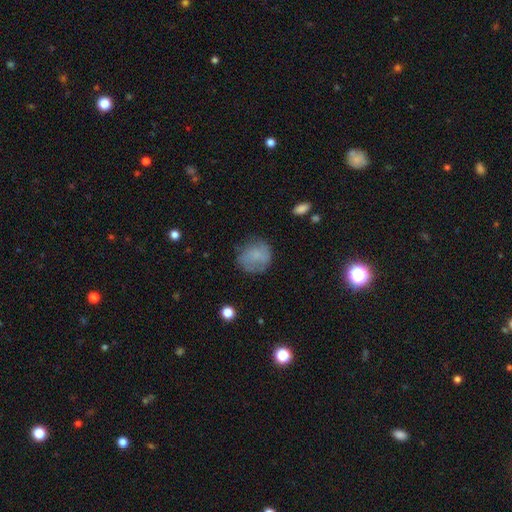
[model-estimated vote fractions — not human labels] Smooth or featured: smooth — 64% (featured or disk — 26%)
How rounded: round — 83% (in between — 15%)
Merging: none — 69% (minor disturbance — 21%)